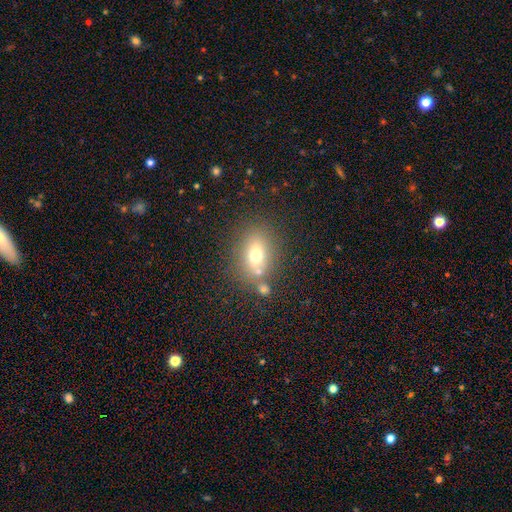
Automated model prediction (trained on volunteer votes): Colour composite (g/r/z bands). It shows a smooth galaxy with no disk features (67%) that is in between round and cigar-shaped (71%). Merging: none (67%).